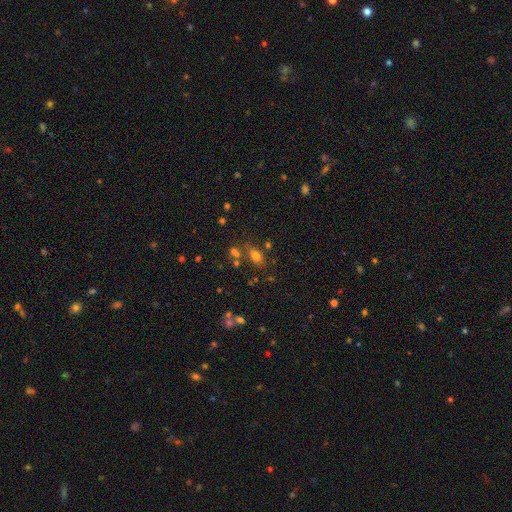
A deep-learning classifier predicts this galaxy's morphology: A smooth galaxy with no disk features (72%) that is in between round and cigar-shaped (77%). Merging: none (68%).